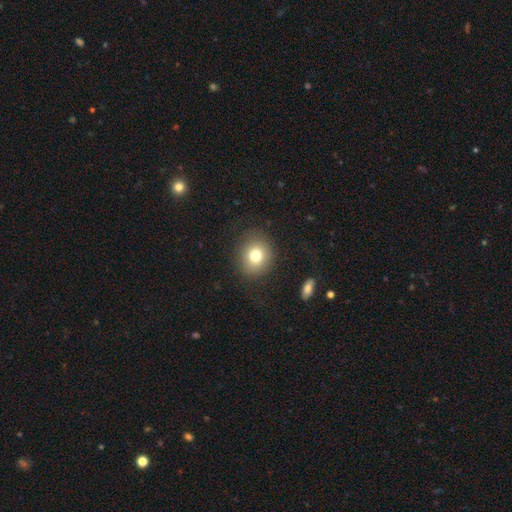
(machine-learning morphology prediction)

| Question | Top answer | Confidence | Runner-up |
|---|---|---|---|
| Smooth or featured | smooth | 76% | star or artifact (12%) |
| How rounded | round | 75% | in between (24%) |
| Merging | none | 85% | minor disturbance (9%) |